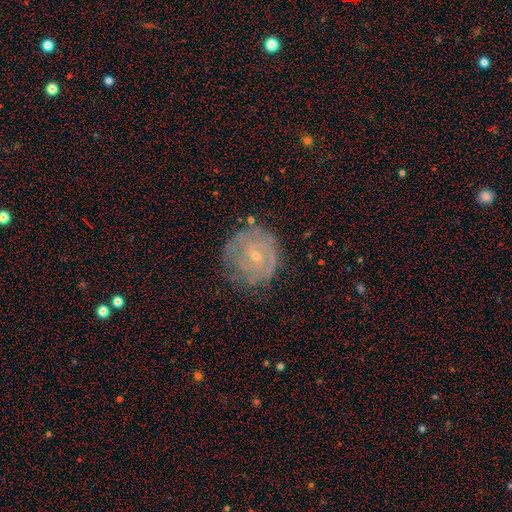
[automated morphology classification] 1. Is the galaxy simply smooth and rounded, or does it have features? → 71% featured or disk, 18% smooth, 11% star or artifact.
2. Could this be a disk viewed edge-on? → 97% no, 3% yes.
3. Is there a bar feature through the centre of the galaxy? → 66% no, 28% weak, 6% strong.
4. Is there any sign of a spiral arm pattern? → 85% yes, 15% no.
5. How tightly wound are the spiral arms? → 70% tight, 23% medium, 7% loose.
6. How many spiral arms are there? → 45% can't tell, 27% 2, 12% 3, 6% 4, 6% 1, 5% more than 4.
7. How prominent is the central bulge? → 73% small, 24% moderate, 2% none, 1% large, 1% dominant.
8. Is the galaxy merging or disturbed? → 74% none, 18% minor disturbance, 7% major disturbance, 1% merger.